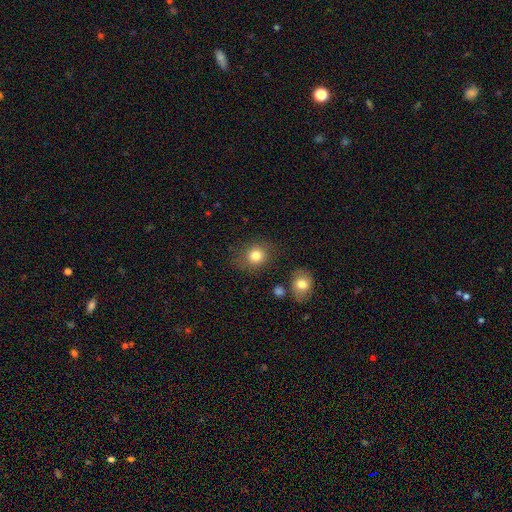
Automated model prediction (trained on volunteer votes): A smooth galaxy with no disk features (82%) that is round (74%). Merging: none (78%).